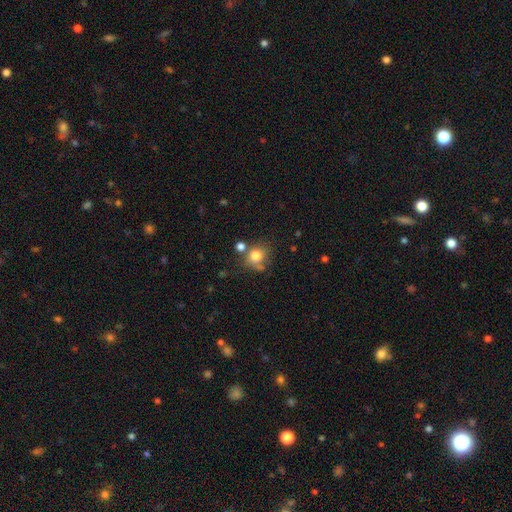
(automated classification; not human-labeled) Smooth or featured? Predicted: smooth (p=0.78). How rounded? Predicted: round (p=0.76). Merging? Predicted: none (p=0.56).